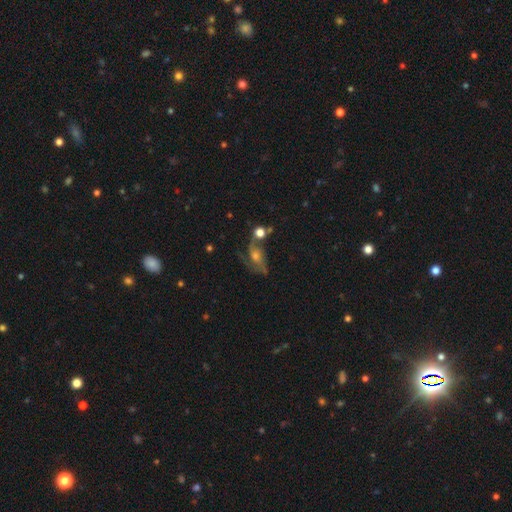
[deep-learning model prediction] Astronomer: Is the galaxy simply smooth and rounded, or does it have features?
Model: featured or disk — 68%.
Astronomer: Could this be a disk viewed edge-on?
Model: no — 94%.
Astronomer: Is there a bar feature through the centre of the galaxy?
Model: no — 65%.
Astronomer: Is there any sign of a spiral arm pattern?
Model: yes — 87%.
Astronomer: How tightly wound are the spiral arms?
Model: loose — 43% (runner-up: medium, 41%).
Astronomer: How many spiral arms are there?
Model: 2 — 65%.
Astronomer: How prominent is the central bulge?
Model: moderate — 54% (runner-up: small, 31%).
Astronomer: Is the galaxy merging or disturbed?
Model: none — 46%.